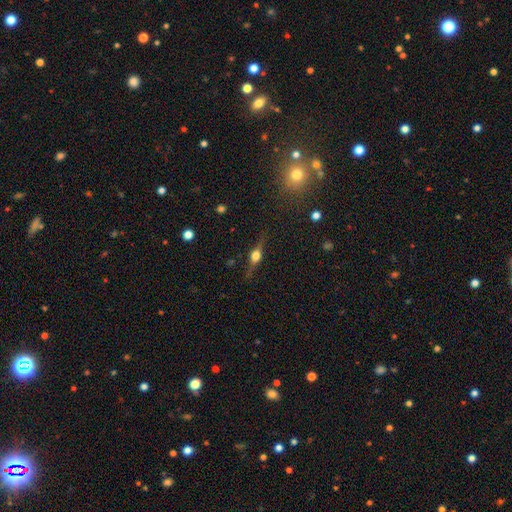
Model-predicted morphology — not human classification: smooth_or_featured: featured or disk (p=0.66) [alt: smooth p=0.25]
disk_edge_on: yes (p=0.96) [alt: no p=0.04]
edge_on_bulge: rounded (p=0.93) [alt: boxy p=0.05]
merging: none (p=0.83) [alt: minor disturbance p=0.12]